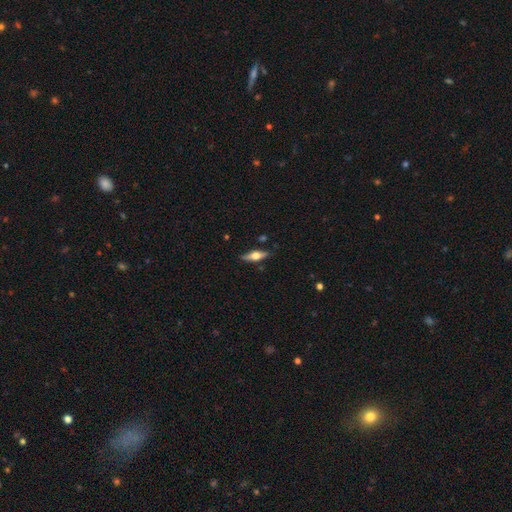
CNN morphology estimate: featured or disk 56%, smooth 38%, star or artifact 6%. Down the decision tree: edge-on disk — yes (94%); edge-on bulge — rounded (92%); merging — none (85%).